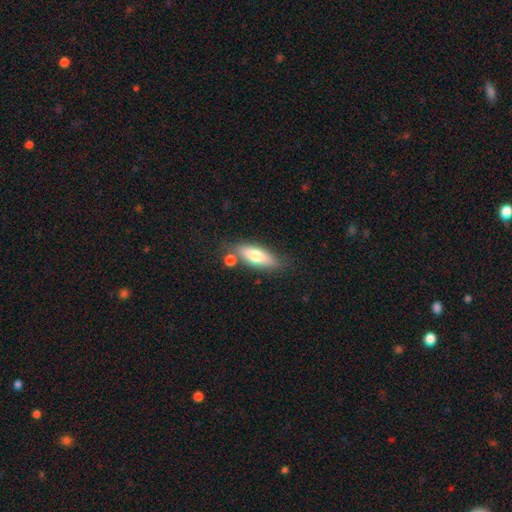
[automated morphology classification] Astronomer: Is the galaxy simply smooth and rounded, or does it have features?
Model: smooth — 66%.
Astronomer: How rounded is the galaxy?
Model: in between — 64%.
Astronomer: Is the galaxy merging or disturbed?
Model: none — 69%.